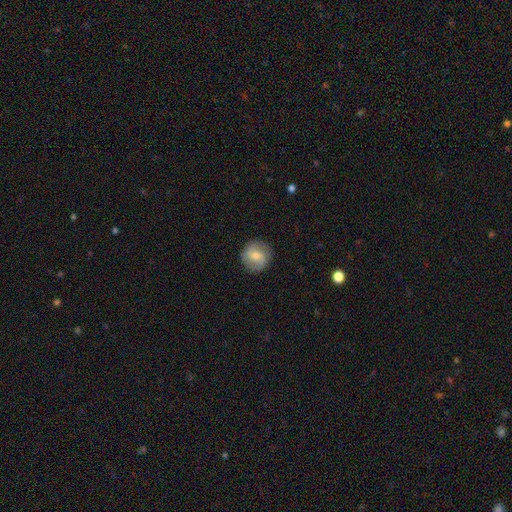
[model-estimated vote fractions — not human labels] Smooth or featured?
  - smooth: 48% *
  - featured or disk: 44%
  - star or artifact: 8%
Merging?
  - none: 85% *
  - minor disturbance: 11%
  - major disturbance: 3%
  - merger: 1%